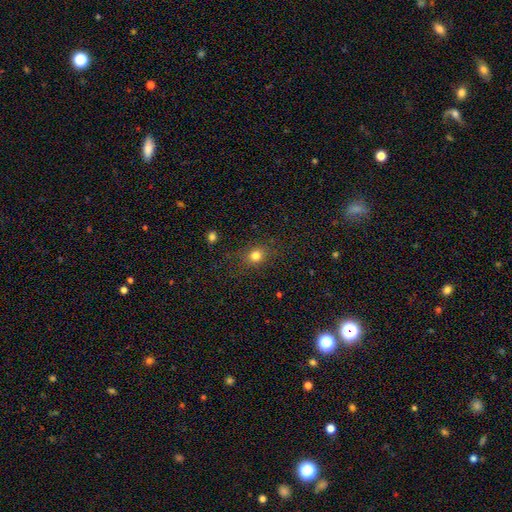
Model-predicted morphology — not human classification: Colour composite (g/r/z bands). It shows a smooth galaxy with no disk features (79%) that is round (66%). Merging: none (81%).